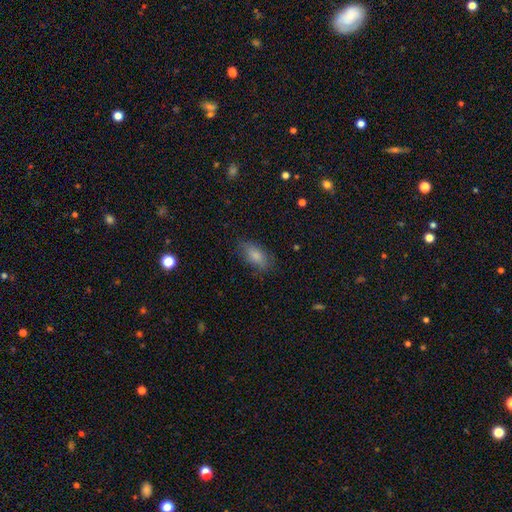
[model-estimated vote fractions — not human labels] Smooth or featured? Predicted: smooth (p=0.80). How rounded? Predicted: in between (p=0.84). Merging? Predicted: none (p=0.75).